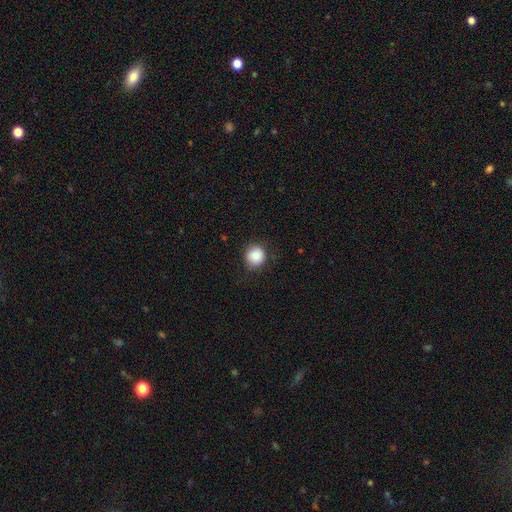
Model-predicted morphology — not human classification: smooth_or_featured: smooth (p=0.86) [alt: star or artifact p=0.09]
how_rounded: round (p=0.89) [alt: in between p=0.10]
merging: none (p=0.82) [alt: minor disturbance p=0.13]